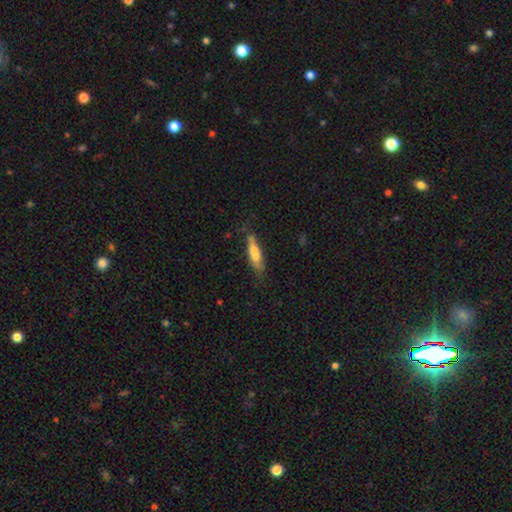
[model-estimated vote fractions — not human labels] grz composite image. It shows a smooth galaxy with no disk features (67%) that is cigar-shaped (74%). Merging: none (66%).